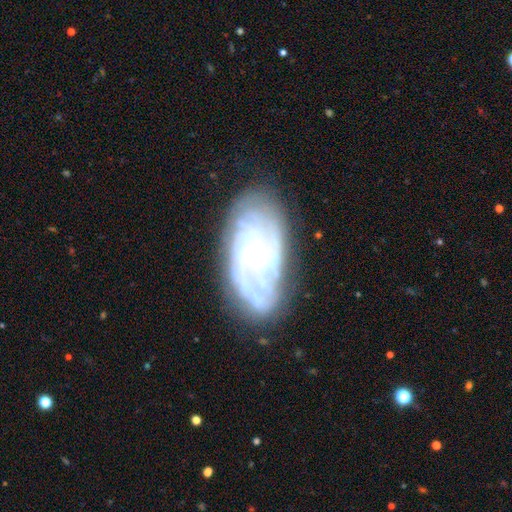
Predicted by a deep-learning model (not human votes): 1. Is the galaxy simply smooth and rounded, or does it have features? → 78% featured or disk, 14% smooth, 8% star or artifact.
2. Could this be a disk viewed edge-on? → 95% no, 5% yes.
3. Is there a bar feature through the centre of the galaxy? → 70% no, 24% weak, 7% strong.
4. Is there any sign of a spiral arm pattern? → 89% yes, 11% no.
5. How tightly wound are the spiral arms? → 63% tight, 29% medium, 9% loose.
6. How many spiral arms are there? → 39% can't tell, 17% 3, 17% 4, 13% 2, 8% more than 4, 6% 1.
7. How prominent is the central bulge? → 77% small, 12% moderate, 8% none, 1% large, 1% dominant.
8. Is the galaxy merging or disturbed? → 72% none, 18% minor disturbance, 8% major disturbance, 3% merger.